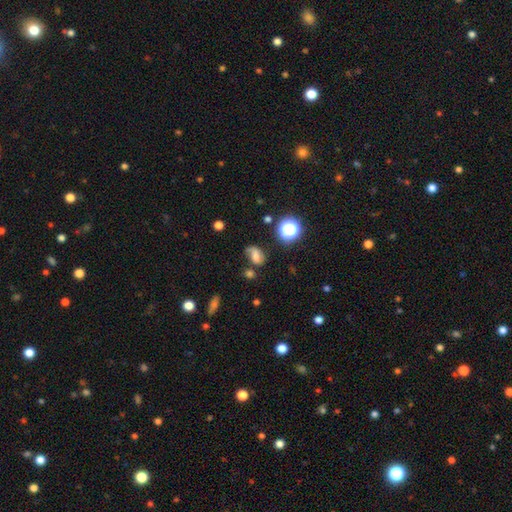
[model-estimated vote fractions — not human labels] Smooth or featured?
  - smooth: 47% *
  - featured or disk: 37%
  - star or artifact: 16%
Merging?
  - none: 49% *
  - minor disturbance: 27%
  - major disturbance: 16%
  - merger: 8%